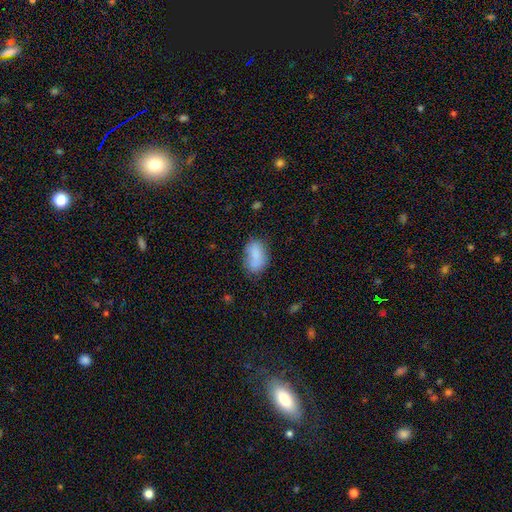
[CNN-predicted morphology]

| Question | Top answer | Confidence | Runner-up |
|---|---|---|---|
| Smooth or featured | smooth | 80% | featured or disk (12%) |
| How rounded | in between | 88% | round (10%) |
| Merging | none | 58% | minor disturbance (26%) |